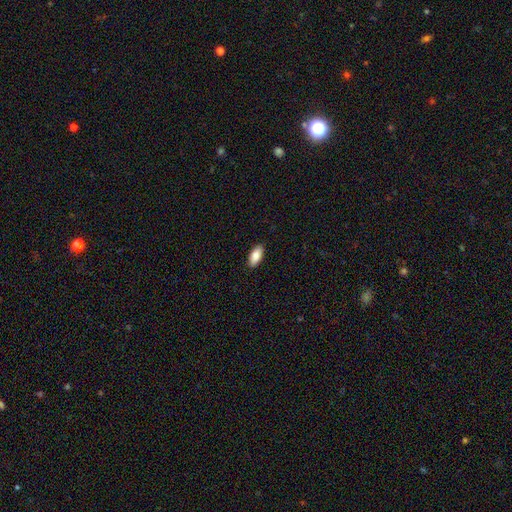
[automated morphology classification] A smooth galaxy with no disk features (85%) that is in between round and cigar-shaped (89%). Merging: none (90%).